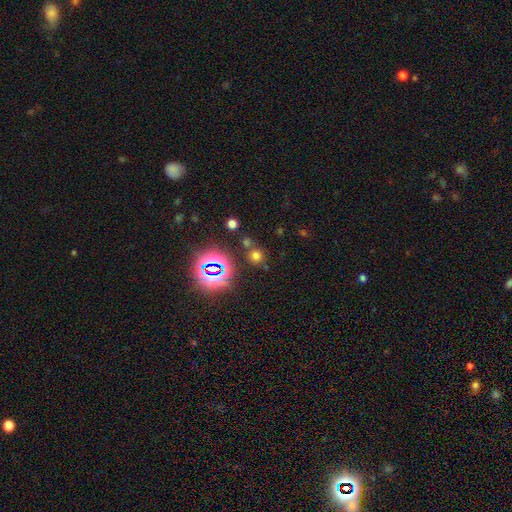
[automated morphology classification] A smooth galaxy with no disk features (60%) that is round (87%). Merging: none (76%).